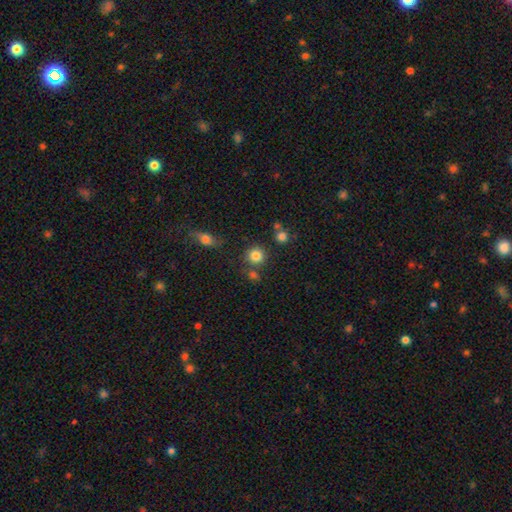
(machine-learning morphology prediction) Overall: smooth (82%). How rounded: round (91%). Merging: none (77%).